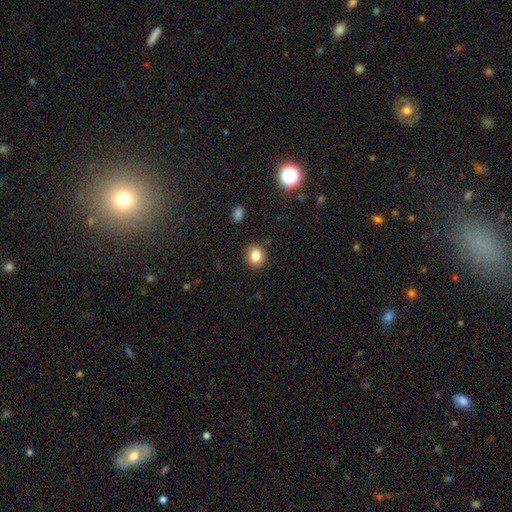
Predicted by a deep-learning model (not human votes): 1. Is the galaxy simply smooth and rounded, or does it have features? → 82% smooth, 11% star or artifact, 8% featured or disk.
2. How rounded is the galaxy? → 77% round, 22% in between, 1% cigar-shaped.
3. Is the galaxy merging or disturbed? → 89% none, 8% minor disturbance, 2% major disturbance, 1% merger.